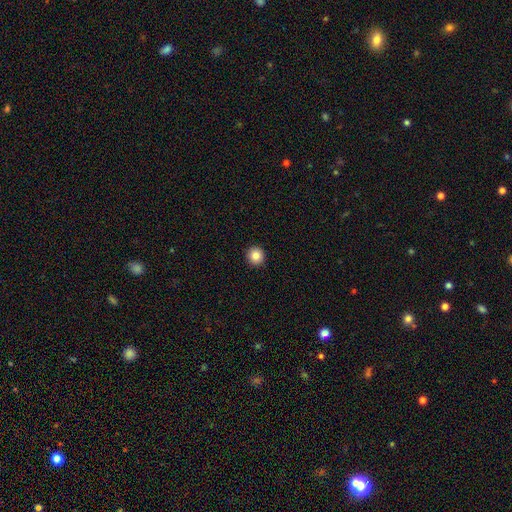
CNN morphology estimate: The model was most divided on "smooth or featured": smooth: 85%, star or artifact: 10%, featured or disk: 5%. More confident: how rounded — round (95%); merging — none (93%).